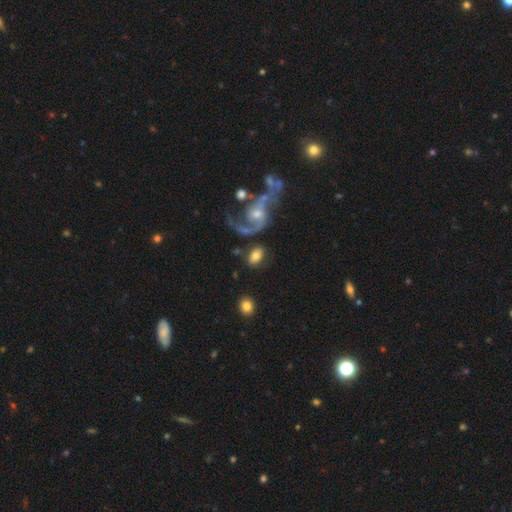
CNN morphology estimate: smooth-or-featured: smooth: 62% | featured or disk: 31% | star or artifact: 8%
  how-rounded: in between: 85% | round: 13% | cigar-shaped: 2%
  merging: none: 62% | minor disturbance: 15% | major disturbance: 11% | merger: 11%